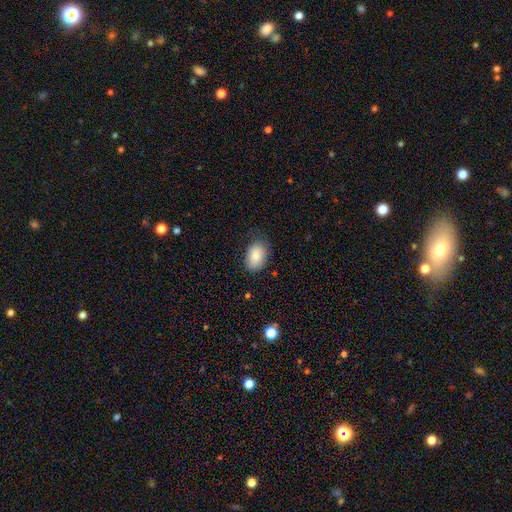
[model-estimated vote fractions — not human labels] Q: Smooth or featured?
A: smooth (82%); runner-up: featured or disk (11%)
Q: How rounded?
A: in between (84%); runner-up: round (15%)
Q: Merging?
A: none (75%); runner-up: minor disturbance (20%)